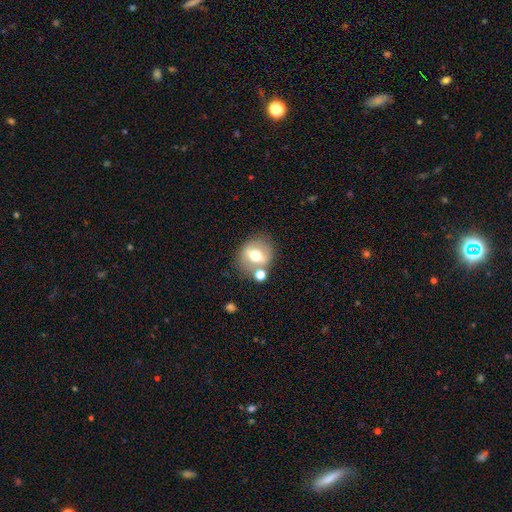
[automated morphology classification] Smooth or featured? Predicted: smooth (p=0.48). Merging? Predicted: none (p=0.67).